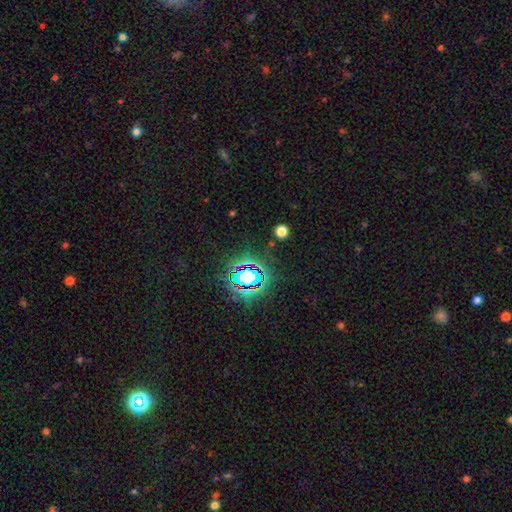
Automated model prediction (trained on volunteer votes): A star or artifact, not a galaxy (79%).